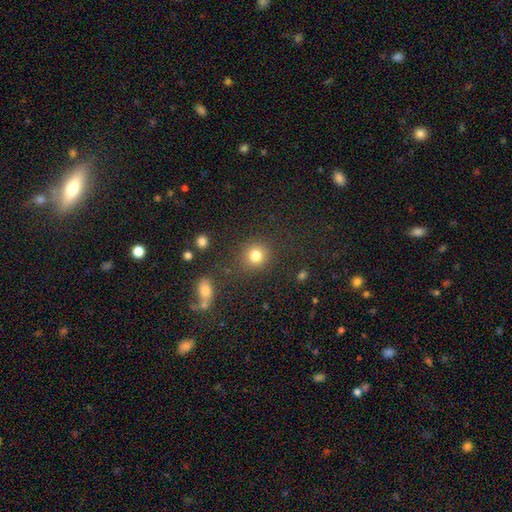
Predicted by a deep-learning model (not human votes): A smooth galaxy with no disk features (81%) that is round (89%).

Vote fractions:
- Smooth or featured? smooth: 81% / star or artifact: 13% / featured or disk: 6%
- How rounded? round: 89% / in between: 10% / cigar-shaped: 1%
- Merging? none: 82% / minor disturbance: 9% / major disturbance: 4% / merger: 4%